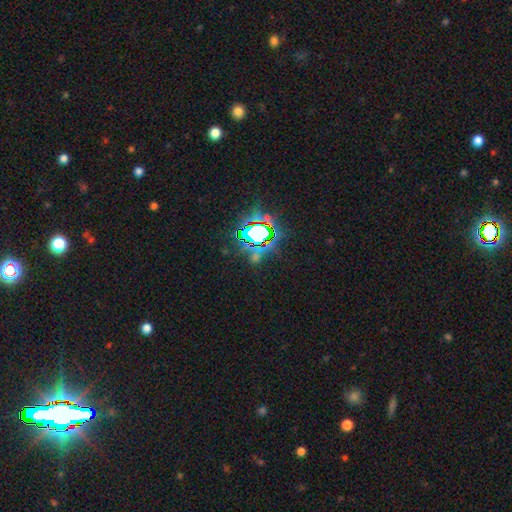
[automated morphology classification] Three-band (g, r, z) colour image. It shows a star or artifact, not a galaxy (75%).